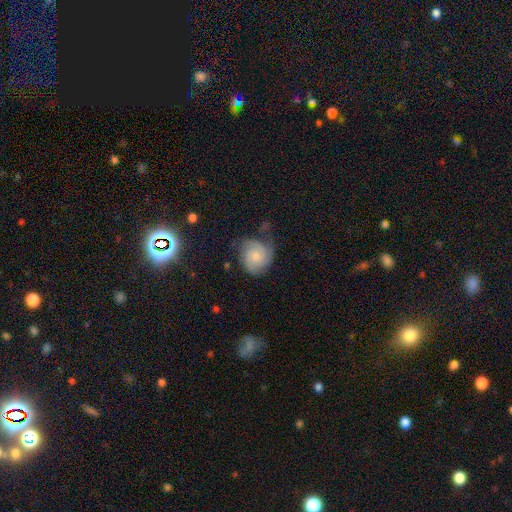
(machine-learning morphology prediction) smooth-or-featured: featured or disk: 48% | smooth: 44% | star or artifact: 8%
  merging: none: 51% | minor disturbance: 30% | major disturbance: 15% | merger: 3%